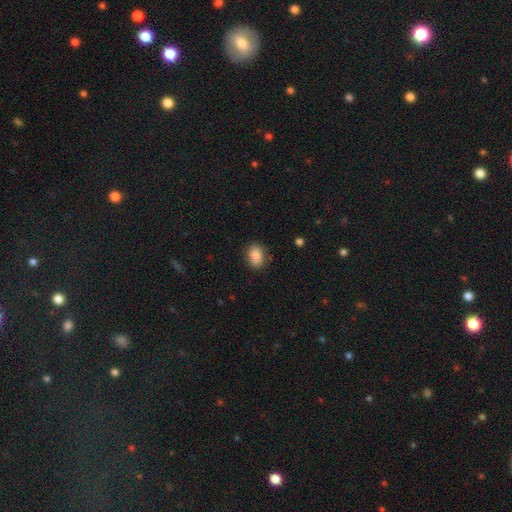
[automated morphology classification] Smooth or featured? Predicted: smooth (p=0.88). How rounded? Predicted: in between (p=0.72). Merging? Predicted: none (p=0.84).